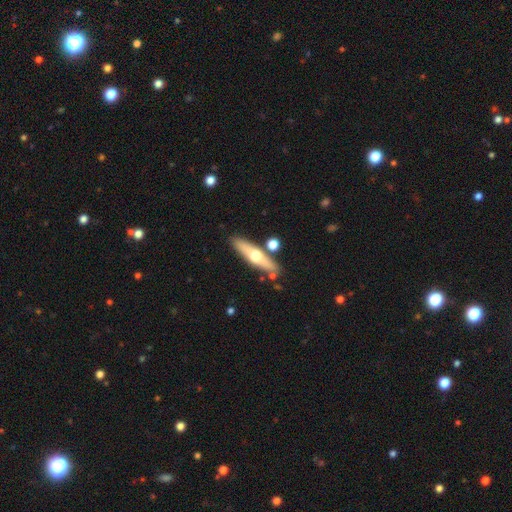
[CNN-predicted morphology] type=featured or disk (51%); edge-on=yes (88%); merging=none (80%).